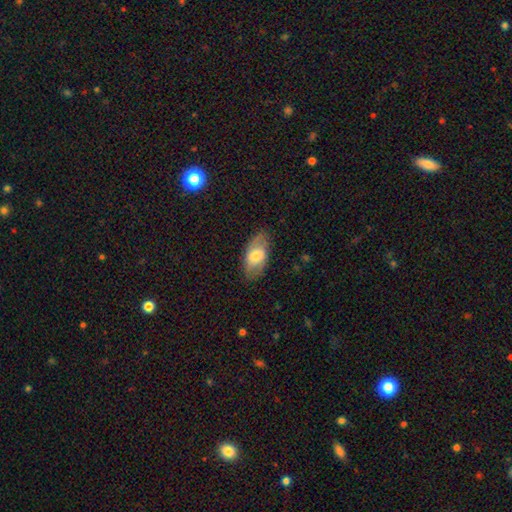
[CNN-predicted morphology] smooth 60%, featured or disk 34%, star or artifact 6%. Down the decision tree: how rounded — in between (92%); merging — none (78%).